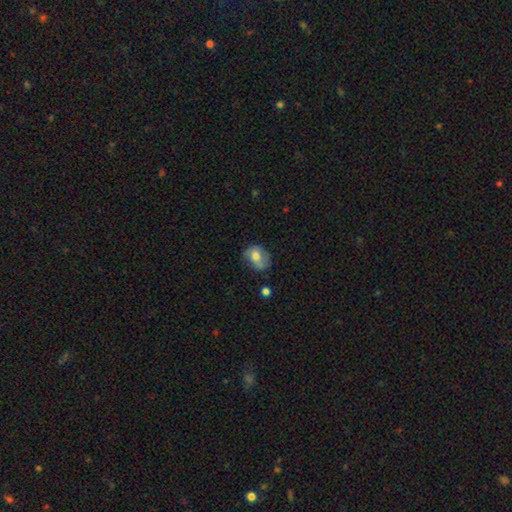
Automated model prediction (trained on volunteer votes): A smooth galaxy with no disk features (59%) that is in between round and cigar-shaped (55%).

Vote fractions:
- Smooth or featured? smooth: 59% / featured or disk: 32% / star or artifact: 8%
- How rounded? in between: 55% / round: 44% / cigar-shaped: 1%
- Merging? none: 53% / minor disturbance: 31% / major disturbance: 12% / merger: 4%